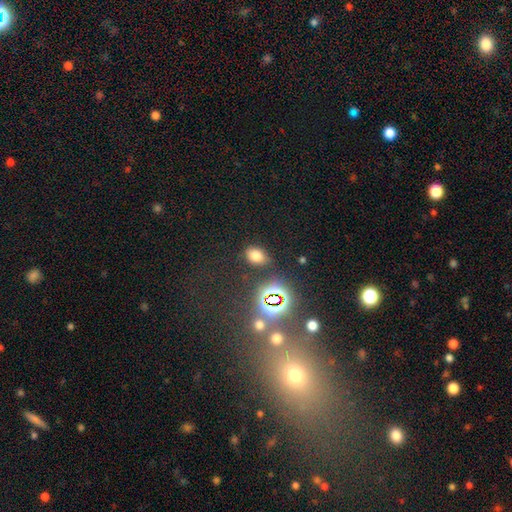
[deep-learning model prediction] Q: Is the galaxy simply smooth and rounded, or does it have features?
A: smooth — 70%.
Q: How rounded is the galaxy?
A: in between — 76%.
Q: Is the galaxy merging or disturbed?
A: none — 76%.